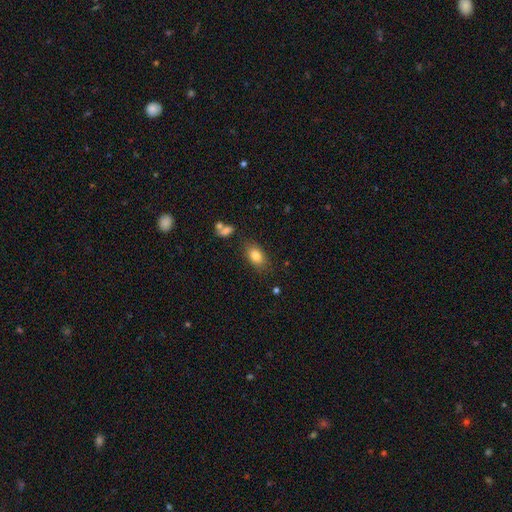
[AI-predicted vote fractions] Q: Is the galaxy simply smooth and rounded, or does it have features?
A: smooth — 82%.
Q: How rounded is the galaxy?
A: in between — 85%.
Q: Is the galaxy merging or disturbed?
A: none — 79%.